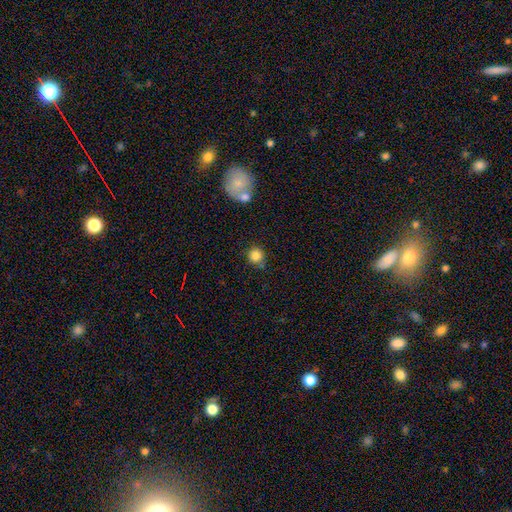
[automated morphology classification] Smooth or featured? Predicted: smooth (p=0.84). How rounded? Predicted: round (p=0.92). Merging? Predicted: none (p=0.76).